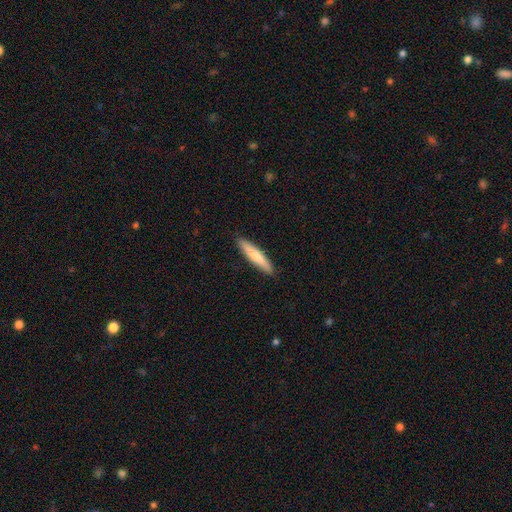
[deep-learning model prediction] A smooth galaxy with no disk features (73%) that is cigar-shaped (89%).

Vote fractions:
- Smooth or featured? smooth: 73% / featured or disk: 22% / star or artifact: 5%
- How rounded? cigar-shaped: 89% / in between: 10% / round: 1%
- Merging? none: 90% / minor disturbance: 7% / major disturbance: 1% / merger: 1%